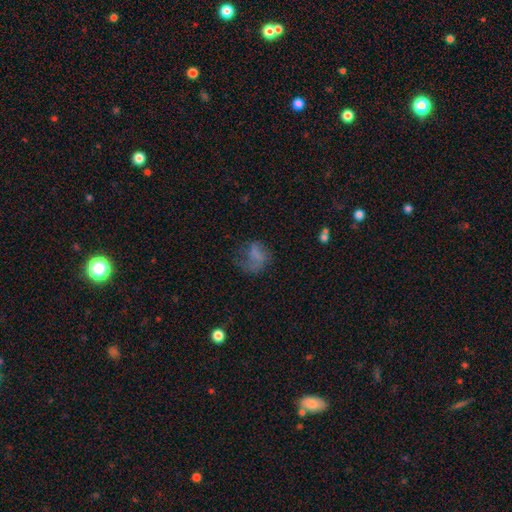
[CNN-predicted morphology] smooth 54%, featured or disk 32%, star or artifact 14%. Down the decision tree: how rounded — in between (56%); merging — major disturbance (40%).